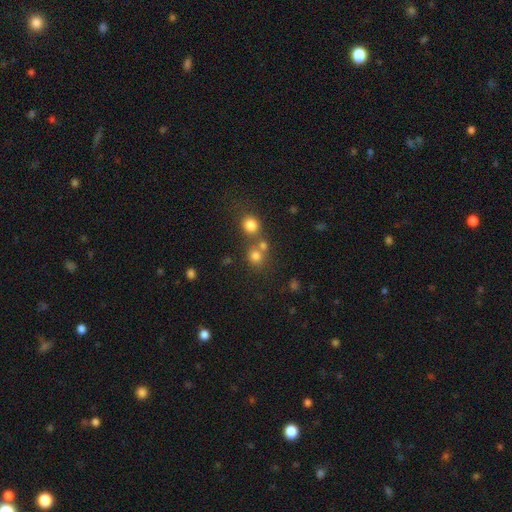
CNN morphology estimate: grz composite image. It shows a smooth galaxy with no disk features (73%) that is round (85%). Merging: none (53%).